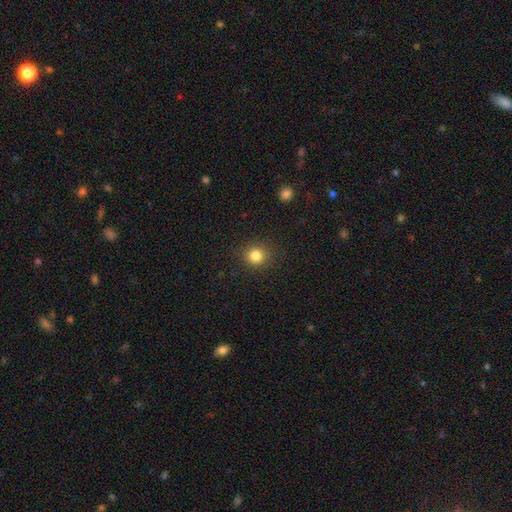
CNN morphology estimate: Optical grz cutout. It shows a smooth galaxy with no disk features (83%) that is round (90%). Merging: none (90%).